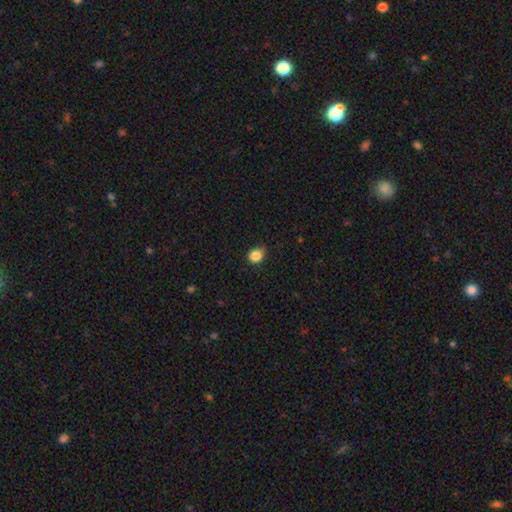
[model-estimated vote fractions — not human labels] A smooth galaxy with no disk features (86%) that is round (70%).

Vote fractions:
- Smooth or featured? smooth: 86% / star or artifact: 11% / featured or disk: 4%
- How rounded? round: 70% / in between: 29% / cigar-shaped: 1%
- Merging? none: 79% / minor disturbance: 17% / major disturbance: 3% / merger: 1%